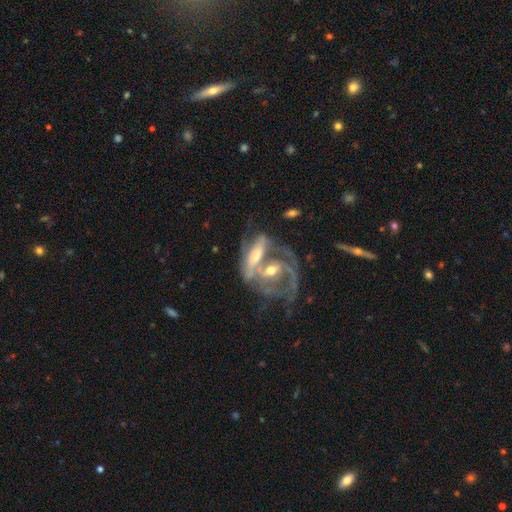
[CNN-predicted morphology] smooth_or_featured: featured or disk (p=0.73) [alt: smooth p=0.20]
disk_edge_on: no (p=0.88) [alt: yes p=0.12]
bar: no (p=0.40) [alt: weak p=0.33]
has_spiral_arms: yes (p=0.76) [alt: no p=0.24]
bulge_size: moderate (p=0.61) [alt: small p=0.27]
merging: merger (p=0.65) [alt: none p=0.16]